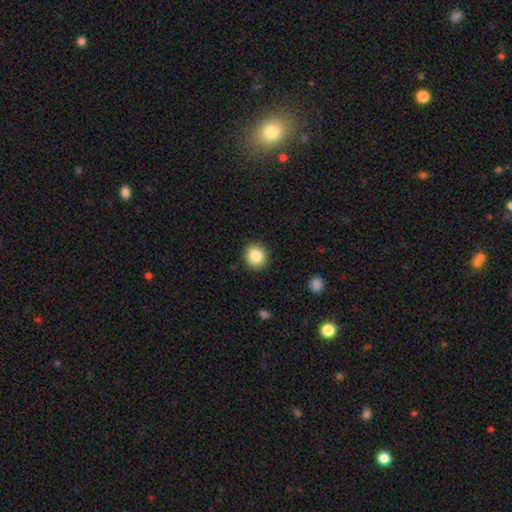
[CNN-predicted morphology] This appears to be a smooth galaxy with no disk features (85%) that is round (91%). Merging: none (91%).